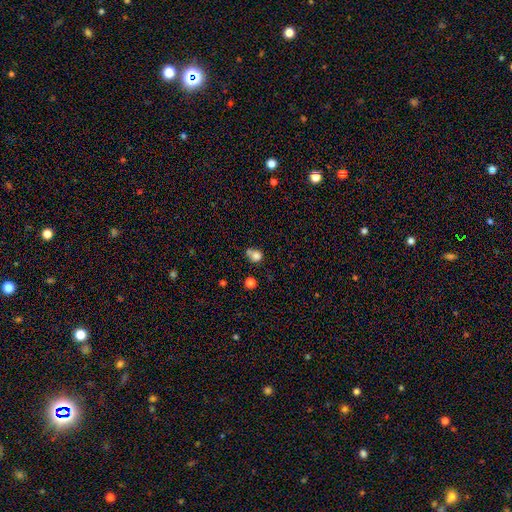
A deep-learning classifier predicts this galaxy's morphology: This appears to be a smooth galaxy with no disk features (78%) that is round (73%). Merging: none (44%).